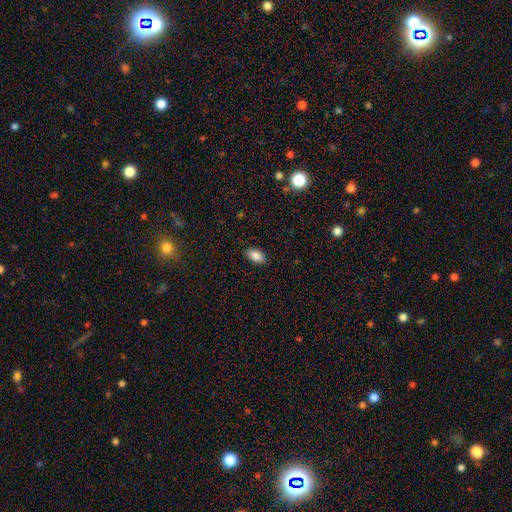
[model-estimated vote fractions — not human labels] Smooth or featured? Predicted: smooth (p=0.88). How rounded? Predicted: in between (p=0.92). Merging? Predicted: none (p=0.87).